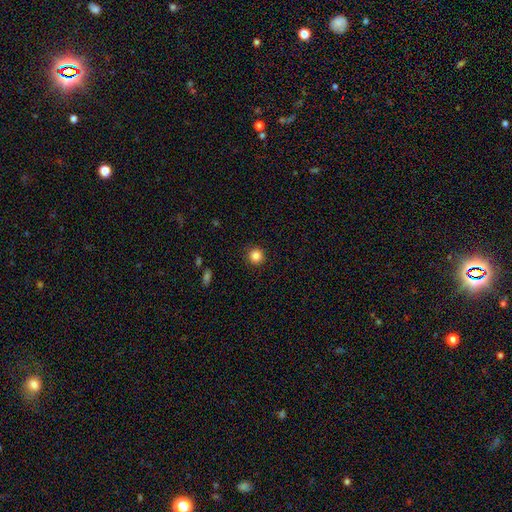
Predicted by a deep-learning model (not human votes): The model was most divided on "smooth or featured": smooth: 86%, star or artifact: 11%, featured or disk: 4%. More confident: how rounded — round (95%); merging — none (91%).